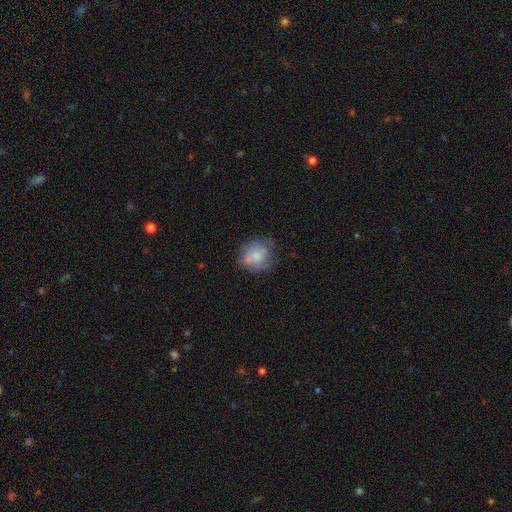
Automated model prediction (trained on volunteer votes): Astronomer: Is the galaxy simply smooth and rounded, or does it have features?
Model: smooth — 68%.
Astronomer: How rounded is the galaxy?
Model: round — 74%.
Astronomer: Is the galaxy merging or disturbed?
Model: none — 58%.